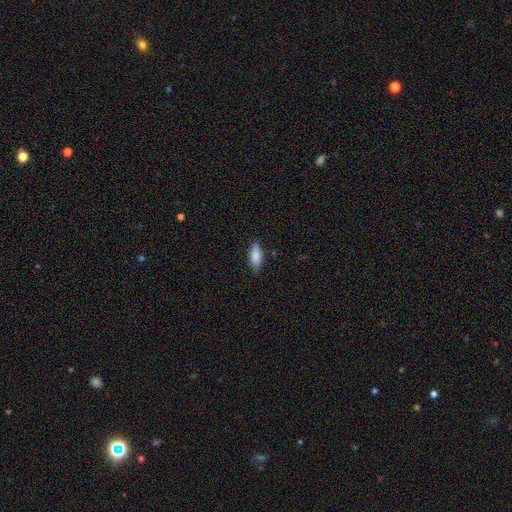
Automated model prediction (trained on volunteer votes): Smooth or featured: smooth — 79% (featured or disk — 14%)
How rounded: in between — 68% (cigar-shaped — 30%)
Merging: none — 82% (minor disturbance — 14%)